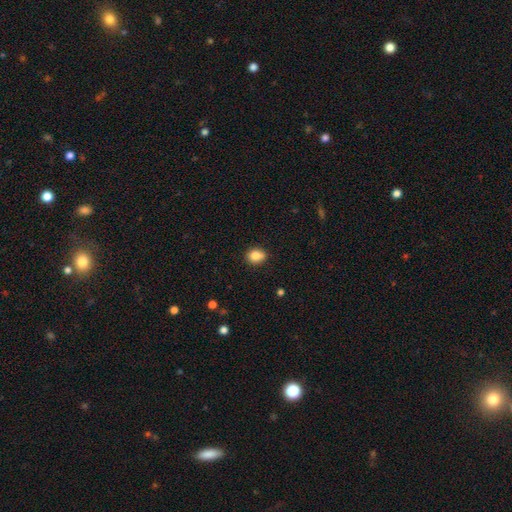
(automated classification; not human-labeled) This appears to be a smooth galaxy with no disk features (83%) that is round (62%). Merging: none (77%).